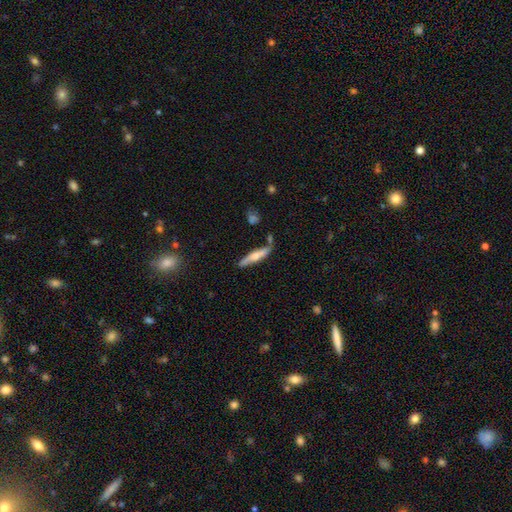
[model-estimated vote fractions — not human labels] The model was most divided on "smooth or featured": smooth: 51%, featured or disk: 44%, star or artifact: 6%. More confident: how rounded — cigar-shaped (85%); merging — none (76%).